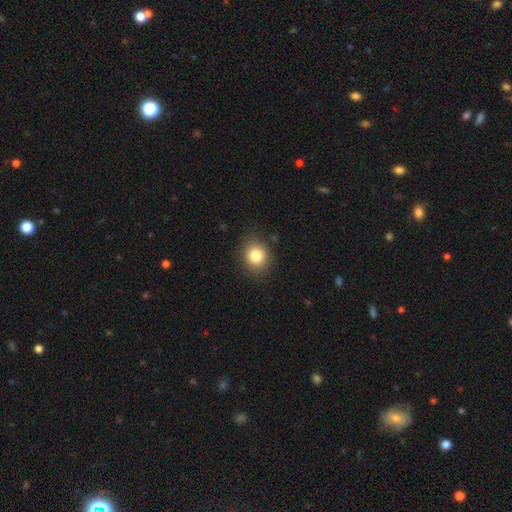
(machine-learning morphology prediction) type=smooth (83%); roundness=round (76%); merging=none (86%).